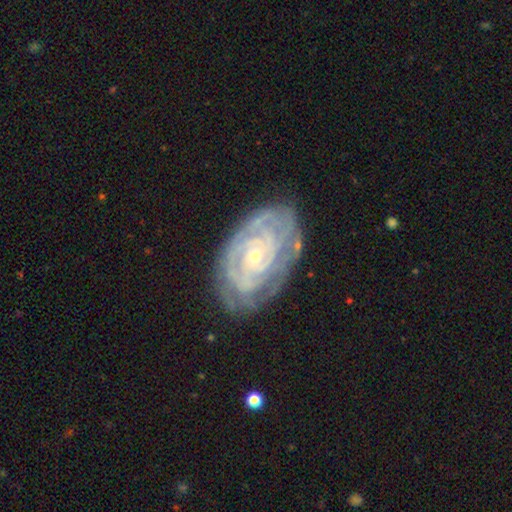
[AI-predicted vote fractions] Smooth or featured: featured or disk — 86% (smooth — 8%)
Edge-on disk: no — 96% (yes — 4%)
Bar: no — 74% (weak — 20%)
Spiral arms: yes — 94% (no — 6%)
Spiral winding: tight — 81% (medium — 16%)
Spiral arm count: can't tell — 37% (2 — 23%)
Bulge size: small — 74% (moderate — 23%)
Merging: none — 73% (minor disturbance — 19%)